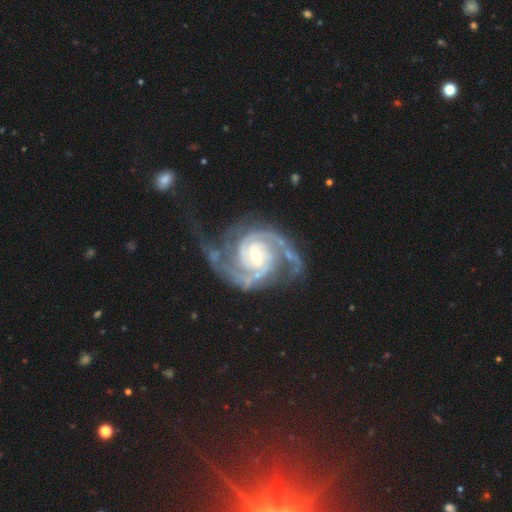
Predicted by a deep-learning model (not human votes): This is clearly a featured or disk galaxy (94%). It is clearly not viewed edge-on (98%). Bar: marginally weak (45%). Spiral arm pattern: clearly yes (99%). Spiral arm count: likely 2 (69%). Spiral winding: possibly tight (59%). Central bulge: possibly small (48%). Merging: likely none (60%).